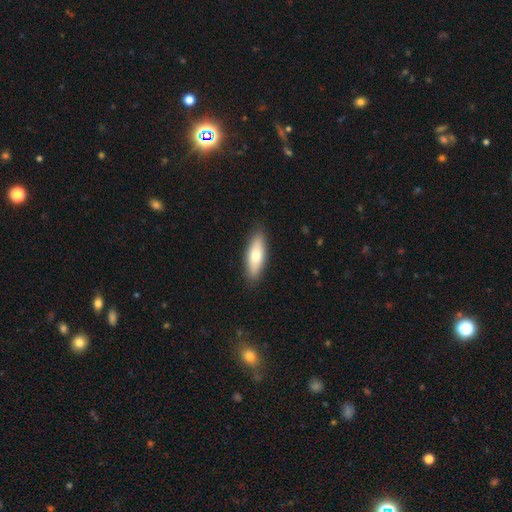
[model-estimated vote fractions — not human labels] This is likely a smooth galaxy (70%). How rounded: possibly in between (57%). Merging: clearly none (88%).